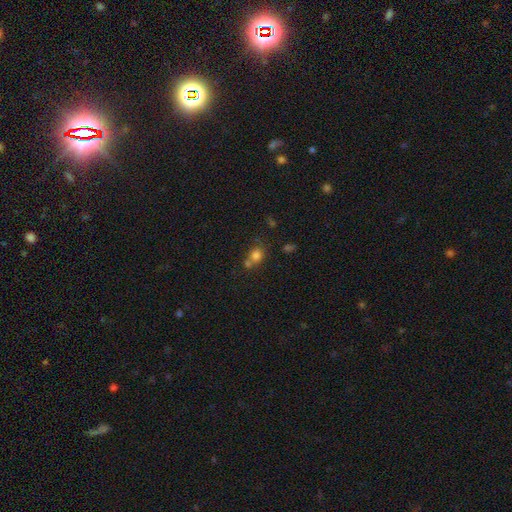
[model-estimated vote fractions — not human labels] smooth 77%, star or artifact 13%, featured or disk 10%. Down the decision tree: how rounded — round (68%); merging — none (45%).